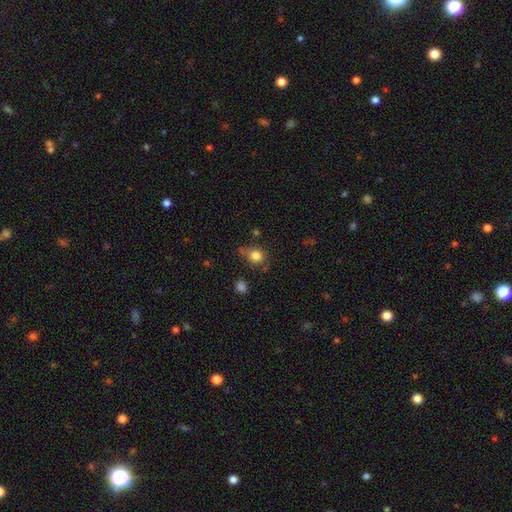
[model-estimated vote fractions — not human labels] A smooth galaxy with no disk features (83%) that is round (70%). Merging: none (64%).